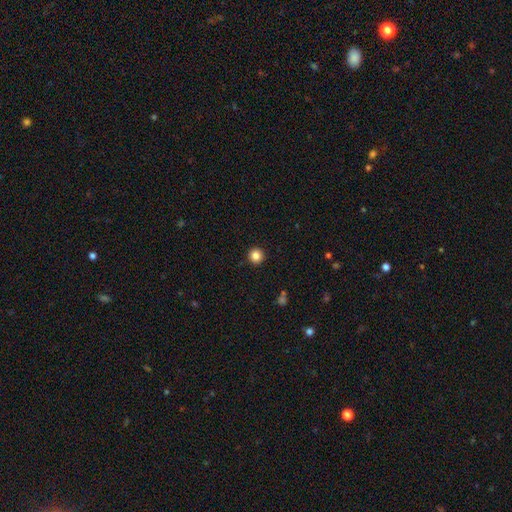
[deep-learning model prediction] smooth_or_featured: smooth (p=0.85) [alt: star or artifact p=0.11]
how_rounded: round (p=0.96) [alt: in between p=0.03]
merging: none (p=0.93) [alt: minor disturbance p=0.04]